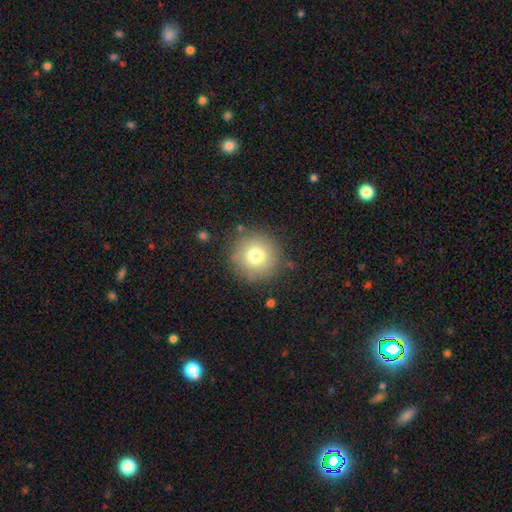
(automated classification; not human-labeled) smooth_or_featured: smooth (p=0.77) [alt: featured or disk p=0.12]
how_rounded: round (p=0.95) [alt: in between p=0.04]
merging: none (p=0.85) [alt: minor disturbance p=0.09]